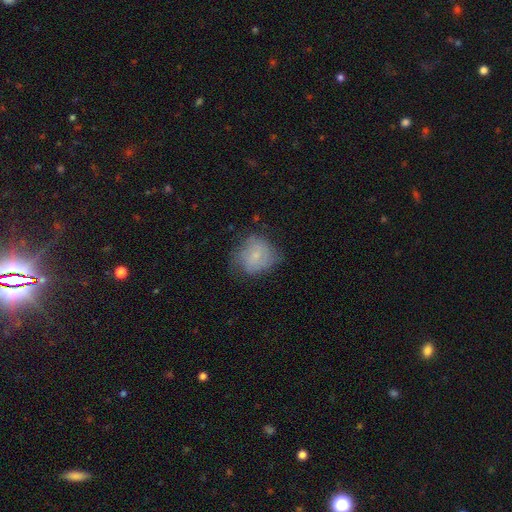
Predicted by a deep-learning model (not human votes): The model was most divided on "smooth or featured": smooth: 56%, featured or disk: 36%, star or artifact: 9%. More confident: how rounded — round (72%); merging — none (56%).